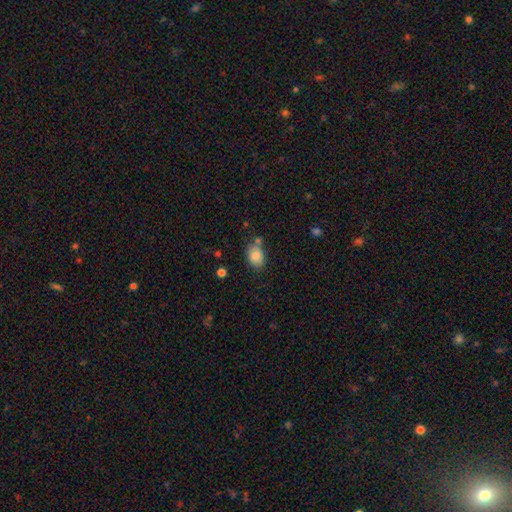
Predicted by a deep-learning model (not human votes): A smooth galaxy with no disk features (83%) that is in between round and cigar-shaped (75%).

Vote fractions:
- Smooth or featured? smooth: 83% / featured or disk: 9% / star or artifact: 8%
- How rounded? in between: 75% / round: 24% / cigar-shaped: 1%
- Merging? none: 67% / minor disturbance: 18% / merger: 11% / major disturbance: 4%